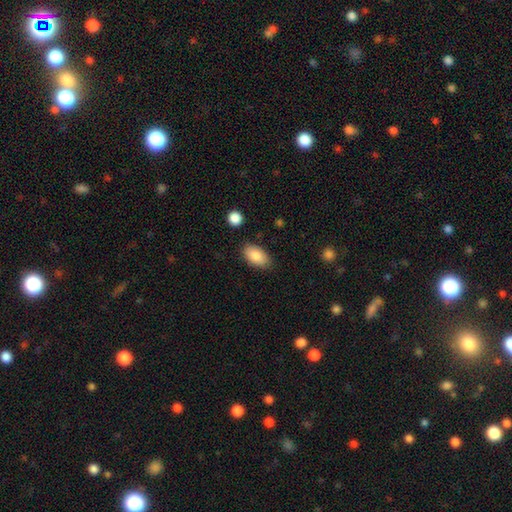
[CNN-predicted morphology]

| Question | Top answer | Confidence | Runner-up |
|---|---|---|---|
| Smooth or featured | smooth | 87% | star or artifact (6%) |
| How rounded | in between | 94% | round (4%) |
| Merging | none | 83% | minor disturbance (12%) |